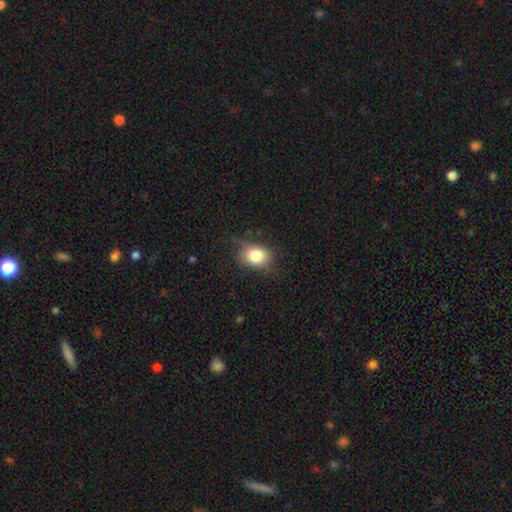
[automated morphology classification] smooth_or_featured: smooth (p=0.82) [alt: star or artifact p=0.10]
how_rounded: in between (p=0.53) [alt: round p=0.46]
merging: none (p=0.75) [alt: minor disturbance p=0.18]